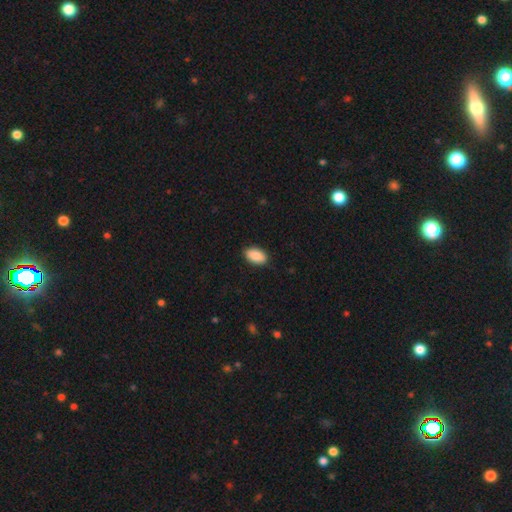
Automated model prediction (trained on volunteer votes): The model was most divided on "merging": none: 88%, minor disturbance: 9%, major disturbance: 2%, merger: 1%. More confident: how rounded — in between (94%); smooth or featured — smooth (89%).